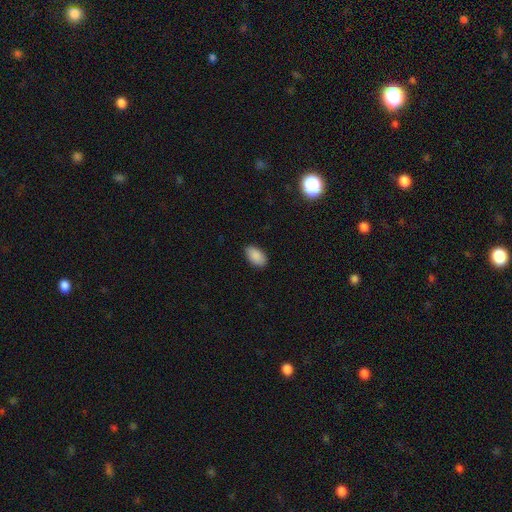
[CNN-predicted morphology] smooth_or_featured: smooth (p=0.89) [alt: star or artifact p=0.07]
how_rounded: in between (p=0.94) [alt: round p=0.04]
merging: none (p=0.88) [alt: minor disturbance p=0.09]